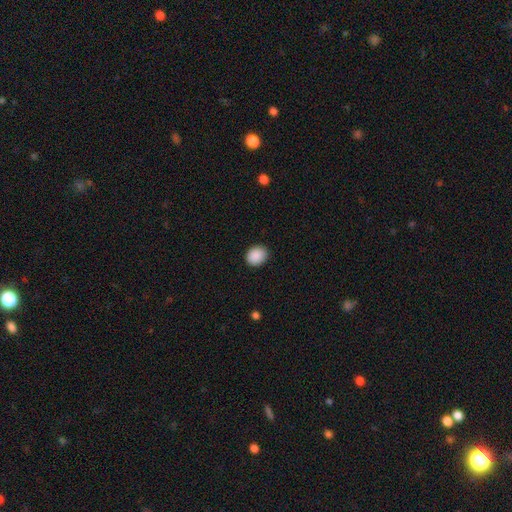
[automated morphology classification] type=smooth (90%); roundness=round (62%); merging=none (89%).